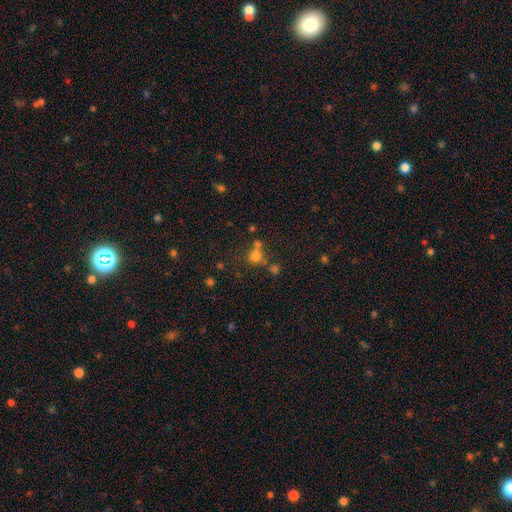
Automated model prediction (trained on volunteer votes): Smooth or featured? smooth (67%)
How rounded? round (82%)
Merging? none (47%)